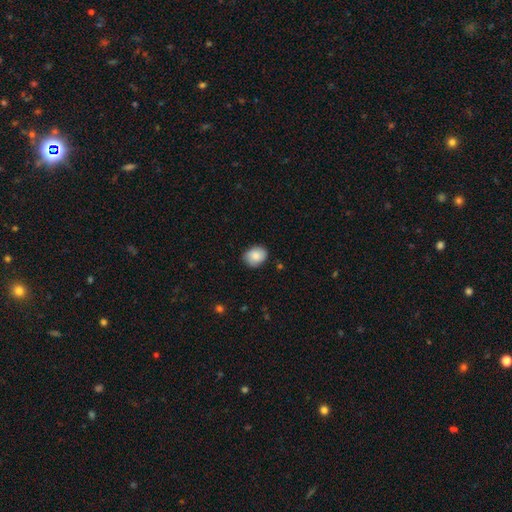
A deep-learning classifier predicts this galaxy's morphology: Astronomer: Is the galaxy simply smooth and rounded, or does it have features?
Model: smooth — 84%.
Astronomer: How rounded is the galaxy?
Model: round — 50% (runner-up: in between, 49%).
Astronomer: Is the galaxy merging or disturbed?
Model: none — 82%.